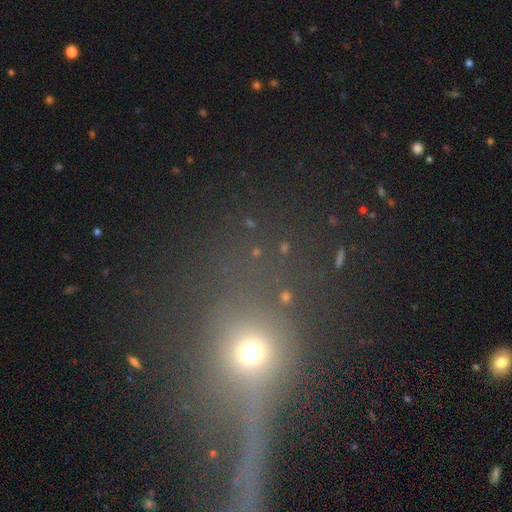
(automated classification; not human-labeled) smooth_or_featured: star or artifact (p=0.42) [alt: smooth p=0.37]